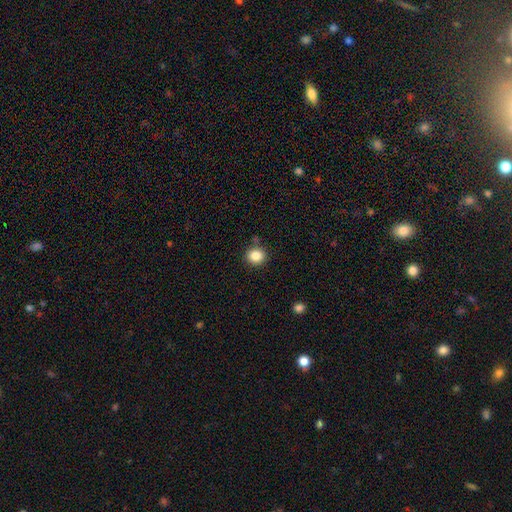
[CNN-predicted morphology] Q: Smooth or featured?
A: smooth (85%); runner-up: star or artifact (11%)
Q: How rounded?
A: round (87%); runner-up: in between (12%)
Q: Merging?
A: none (86%); runner-up: minor disturbance (8%)